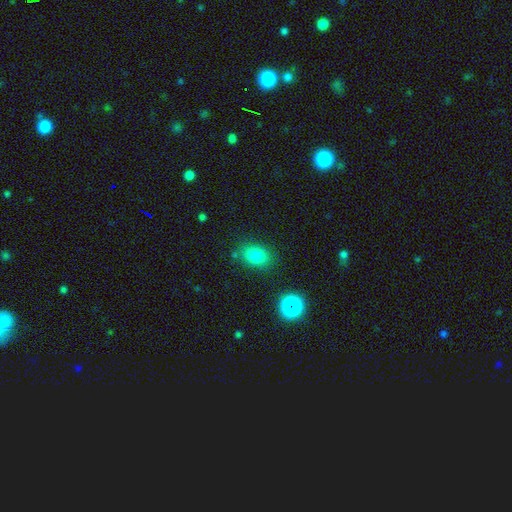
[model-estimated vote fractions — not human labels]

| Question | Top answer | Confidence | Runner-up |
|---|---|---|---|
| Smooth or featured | smooth | 81% | star or artifact (12%) |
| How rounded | in between | 72% | round (27%) |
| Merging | none | 80% | minor disturbance (13%) |